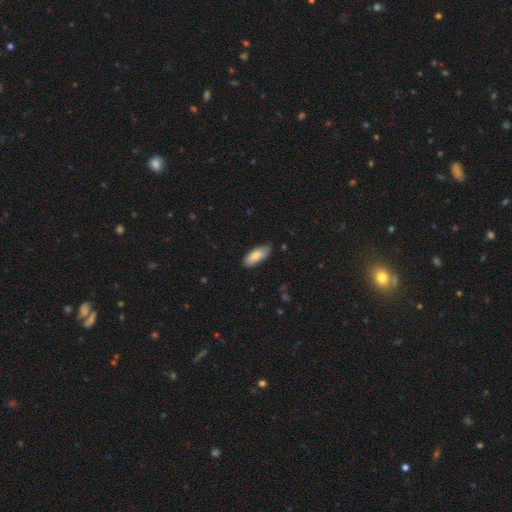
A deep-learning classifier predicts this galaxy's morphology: Overall: smooth (83%). How rounded: in between (82%). Merging: none (77%).